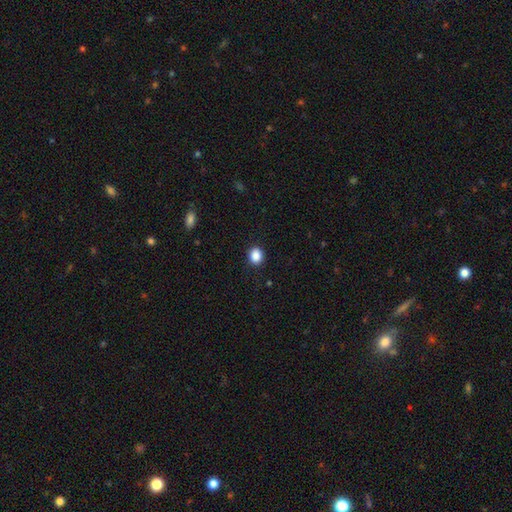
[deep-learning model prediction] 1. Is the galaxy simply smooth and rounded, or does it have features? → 88% smooth, 9% star or artifact, 3% featured or disk.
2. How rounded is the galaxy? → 68% round, 31% in between, 1% cigar-shaped.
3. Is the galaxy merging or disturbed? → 89% none, 7% minor disturbance, 2% major disturbance, 1% merger.